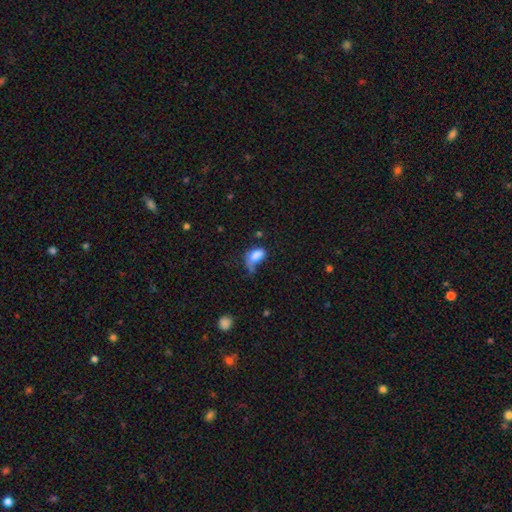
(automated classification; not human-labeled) Smooth or featured: smooth — 80% (featured or disk — 10%)
How rounded: in between — 88% (round — 9%)
Merging: minor disturbance — 31% (none — 30%)